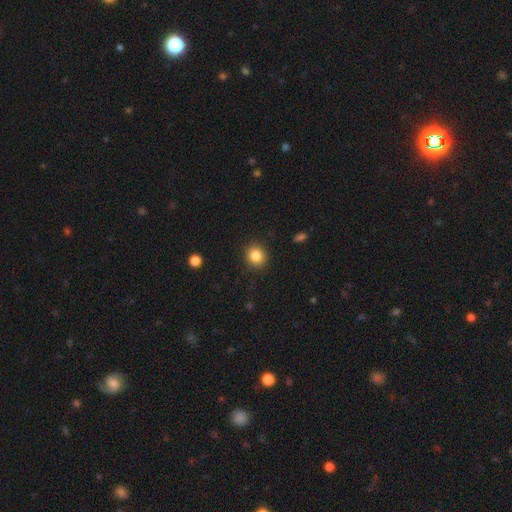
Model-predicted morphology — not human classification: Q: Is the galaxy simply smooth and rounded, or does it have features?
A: smooth — 84%.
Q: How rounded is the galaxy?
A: round — 87%.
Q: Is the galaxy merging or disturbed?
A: none — 90%.